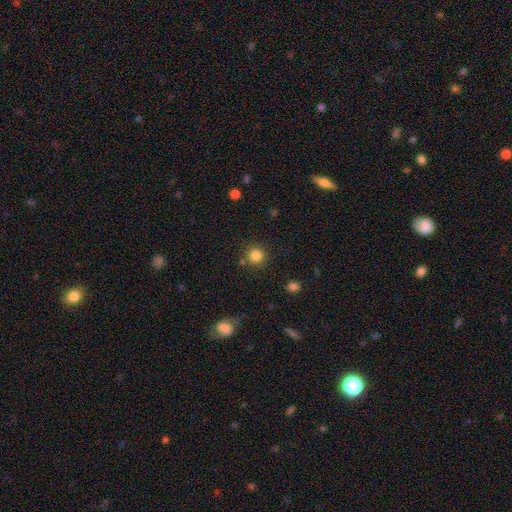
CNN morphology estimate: smooth_or_featured: smooth (p=0.83) [alt: star or artifact p=0.12]
how_rounded: round (p=0.92) [alt: in between p=0.07]
merging: none (p=0.81) [alt: minor disturbance p=0.09]